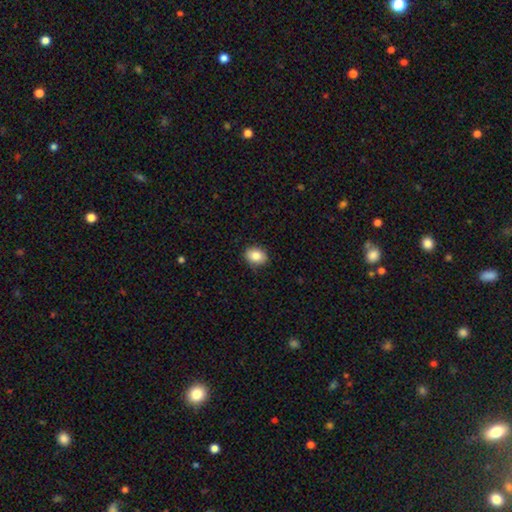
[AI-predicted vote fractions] Smooth or featured? Predicted: smooth (p=0.84). How rounded? Predicted: in between (p=0.57). Merging? Predicted: none (p=0.85).